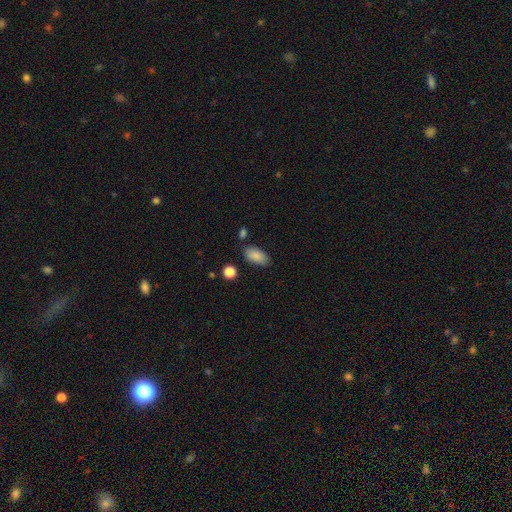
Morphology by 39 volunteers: smooth_or_featured: smooth (p=0.90) [alt: featured or disk p=0.08]
how_rounded: in between (p=0.91) [alt: cigar-shaped p=0.06]
merging: none (p=0.58) [alt: minor disturbance p=0.26]